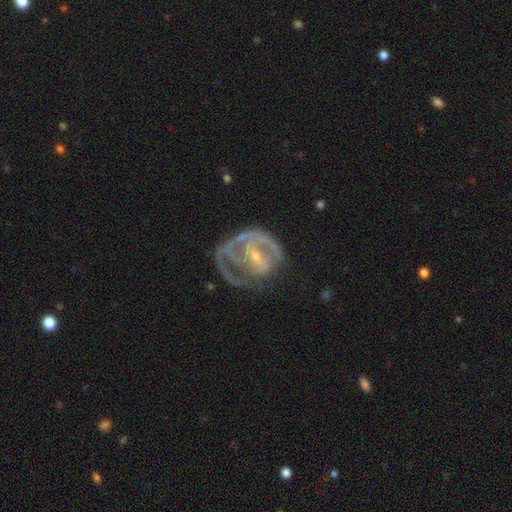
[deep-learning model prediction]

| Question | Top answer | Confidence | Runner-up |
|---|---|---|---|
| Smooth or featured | featured or disk | 81% | smooth (12%) |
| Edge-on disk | no | 96% | yes (4%) |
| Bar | weak | 38% | strong (37%) |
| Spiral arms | yes | 75% | no (25%) |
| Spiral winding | tight | 45% | medium (38%) |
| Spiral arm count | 2 | 36% | can't tell (27%) |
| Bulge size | small | 74% | moderate (21%) |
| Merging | major disturbance | 39% | none (37%) |